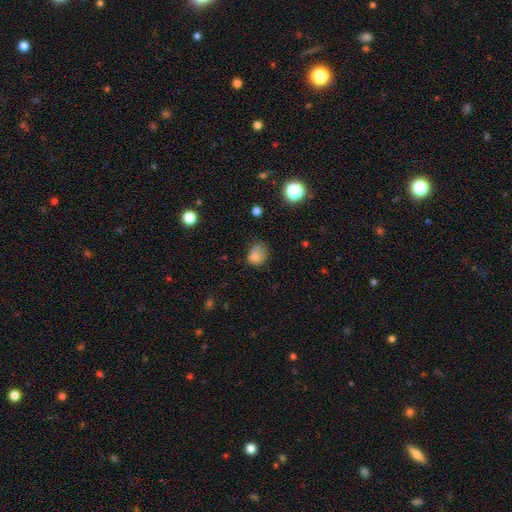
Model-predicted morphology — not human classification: This is likely a smooth galaxy (79%). How rounded: possibly in between (50%). Merging: possibly none (46%).